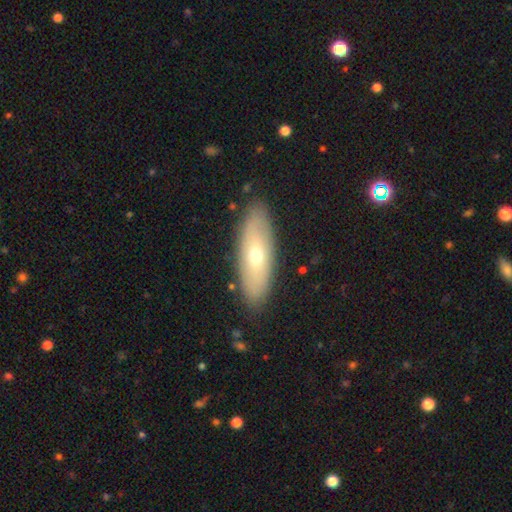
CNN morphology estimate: This appears to be a smooth galaxy with no disk features (51%) that is in between round and cigar-shaped (59%). Merging: none (88%).